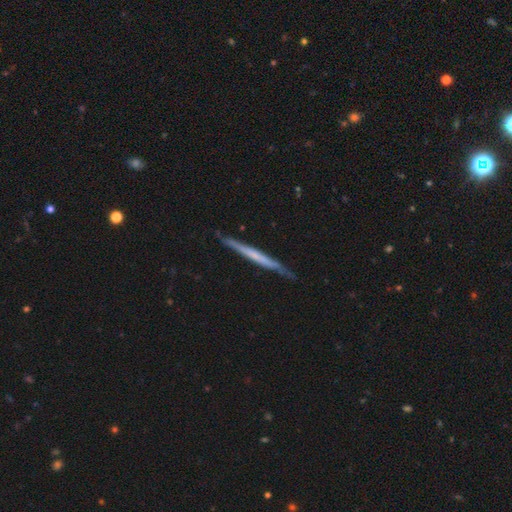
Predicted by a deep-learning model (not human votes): smooth-or-featured: featured or disk: 60% | smooth: 34% | star or artifact: 6%
  disk-edge-on: yes: 97% | no: 3%
    edge-on-bulge: none: 79% | rounded: 13% | boxy: 8%
  merging: none: 85% | minor disturbance: 12% | major disturbance: 2% | merger: 1%